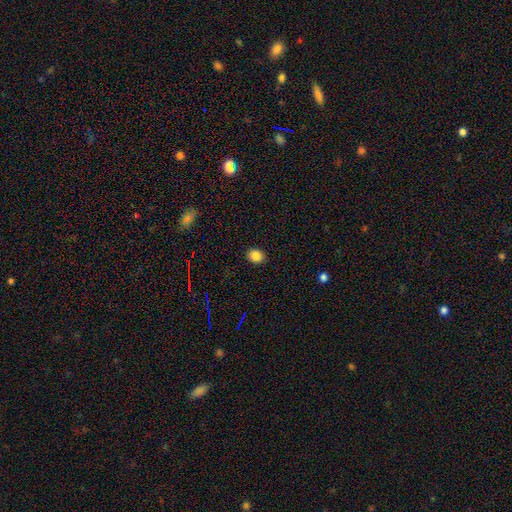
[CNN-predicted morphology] A smooth galaxy with no disk features (85%) that is round (56%). Merging: none (90%).